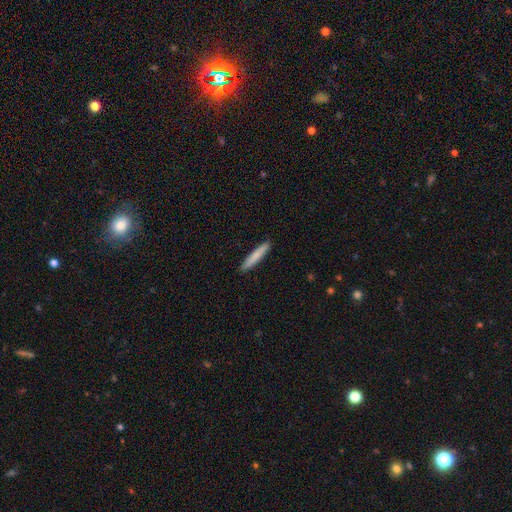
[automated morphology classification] smooth_or_featured: smooth (p=0.80) [alt: featured or disk p=0.14]
how_rounded: cigar-shaped (p=0.94) [alt: in between p=0.05]
merging: none (p=0.92) [alt: minor disturbance p=0.06]